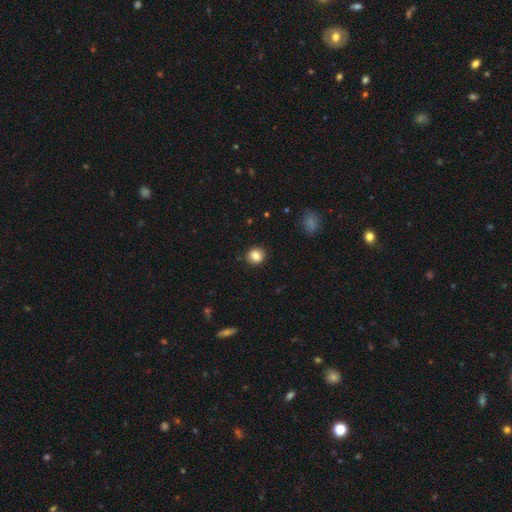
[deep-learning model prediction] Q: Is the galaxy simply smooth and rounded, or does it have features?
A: smooth — 85%.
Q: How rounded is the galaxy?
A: round — 83%.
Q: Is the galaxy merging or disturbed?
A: none — 90%.